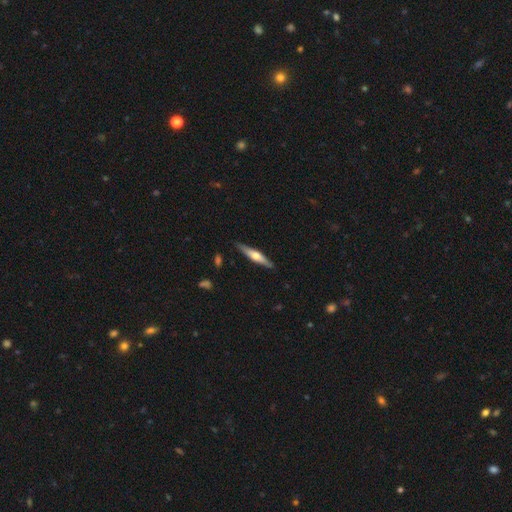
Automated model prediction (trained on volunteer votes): The model was most divided on "smooth or featured": featured or disk: 55%, smooth: 40%, star or artifact: 5%. More confident: edge-on disk — yes (94%); merging — none (87%); edge-on bulge — rounded (86%).